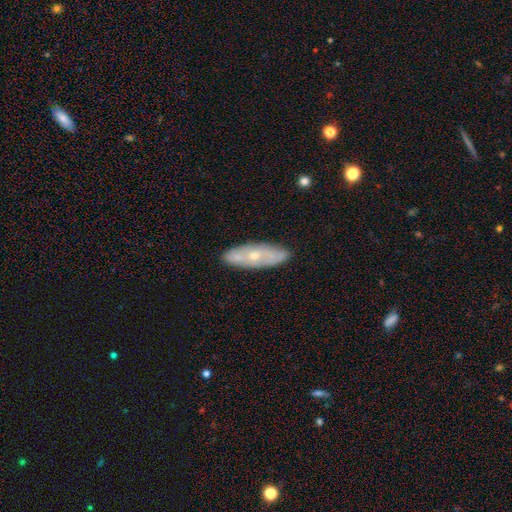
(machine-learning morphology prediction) Smooth or featured? Predicted: featured or disk (p=0.56). Edge-on disk? Predicted: no (p=0.71). Merging? Predicted: none (p=0.81).